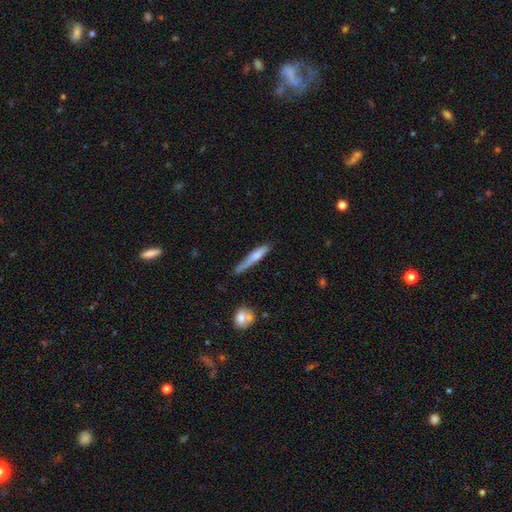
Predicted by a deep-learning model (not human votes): Smooth or featured? smooth (66%)
How rounded? cigar-shaped (89%)
Merging? none (48%)